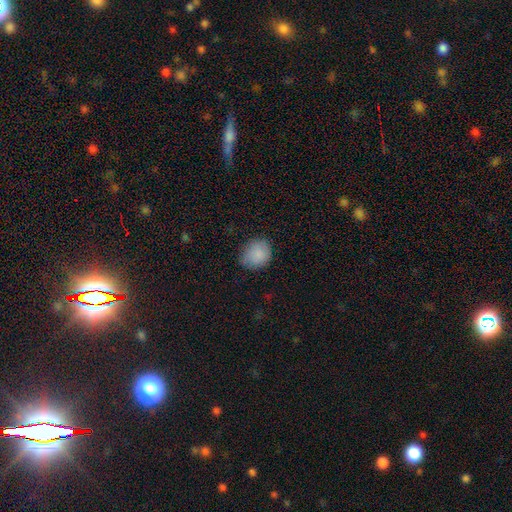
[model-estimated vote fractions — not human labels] Smooth or featured? smooth (87%)
How rounded? round (63%)
Merging? none (72%)